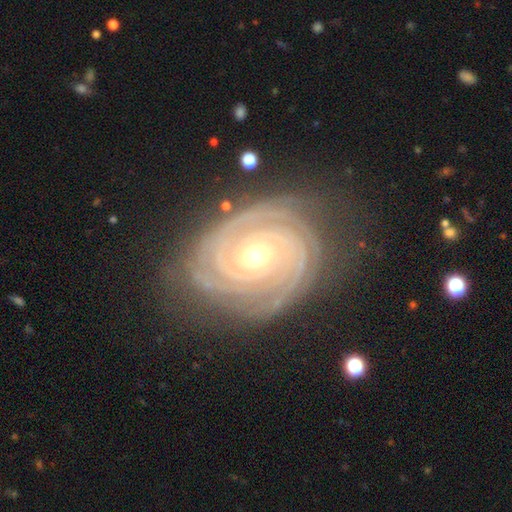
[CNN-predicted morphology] Smooth or featured: featured or disk — 92% (star or artifact — 5%)
Edge-on disk: no — 97% (yes — 3%)
Bar: no — 71% (weak — 19%)
Spiral arms: yes — 99% (no — 1%)
Spiral winding: tight — 87% (medium — 11%)
Spiral arm count: 2 — 36% (3 — 27%)
Bulge size: small — 53% (moderate — 44%)
Merging: none — 80% (minor disturbance — 15%)